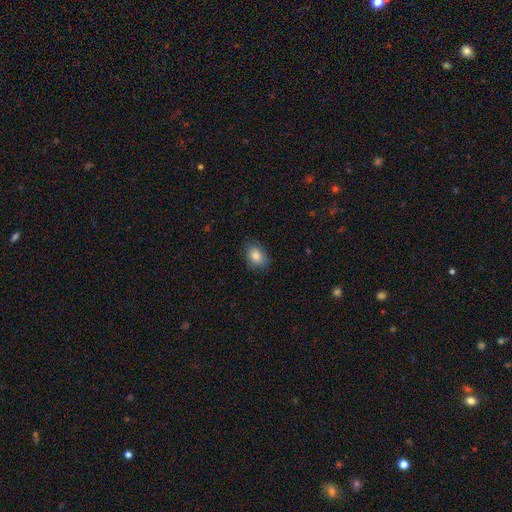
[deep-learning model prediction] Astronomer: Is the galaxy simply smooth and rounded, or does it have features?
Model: smooth — 84%.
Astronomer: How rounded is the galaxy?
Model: in between — 75%.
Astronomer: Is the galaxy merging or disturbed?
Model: none — 79%.